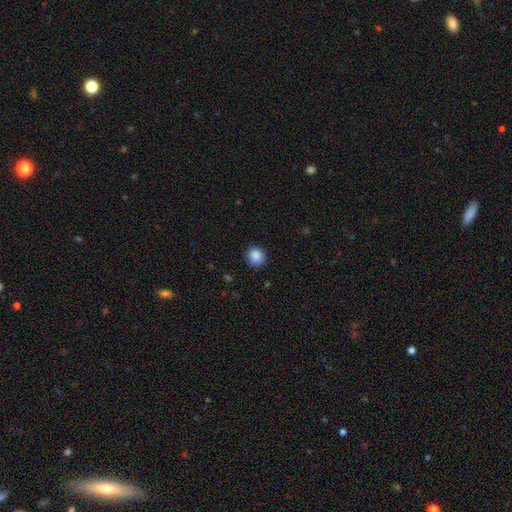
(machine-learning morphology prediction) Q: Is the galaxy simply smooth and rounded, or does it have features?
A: smooth — 87%.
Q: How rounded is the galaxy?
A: round — 81%.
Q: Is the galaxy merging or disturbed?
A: none — 86%.